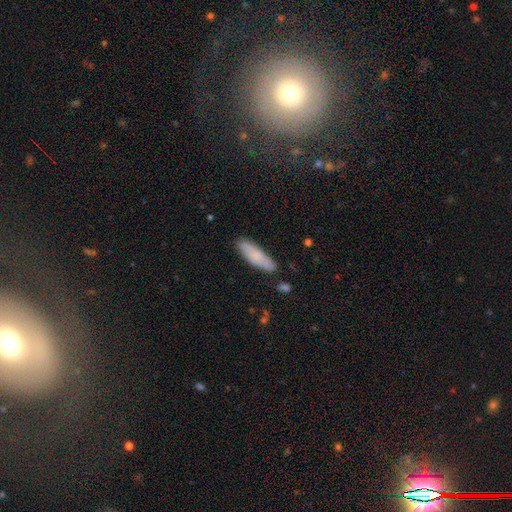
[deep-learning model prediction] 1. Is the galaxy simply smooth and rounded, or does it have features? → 77% smooth, 17% featured or disk, 6% star or artifact.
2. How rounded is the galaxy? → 59% cigar-shaped, 39% in between, 2% round.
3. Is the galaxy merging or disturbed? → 77% none, 17% minor disturbance, 3% major disturbance, 3% merger.